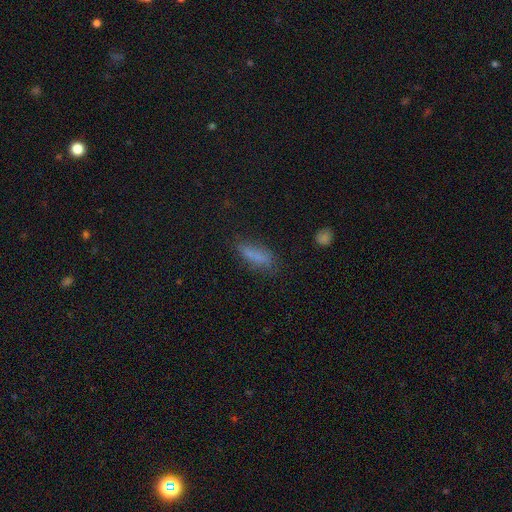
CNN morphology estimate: Smooth or featured? smooth (72%)
How rounded? in between (58%)
Merging? none (62%)